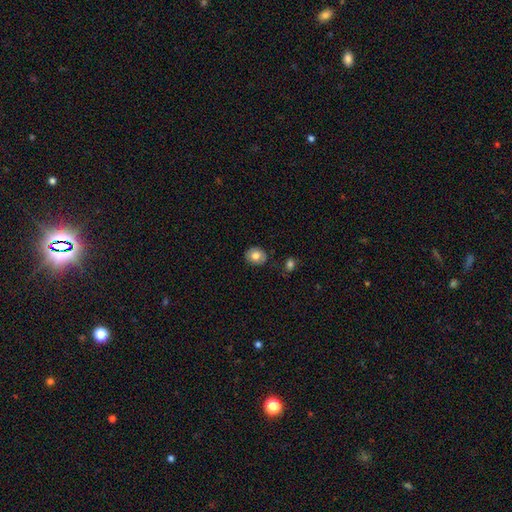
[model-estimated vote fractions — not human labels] smooth_or_featured: smooth (p=0.75) [alt: featured or disk p=0.17]
how_rounded: round (p=0.66) [alt: in between p=0.33]
merging: none (p=0.84) [alt: minor disturbance p=0.12]